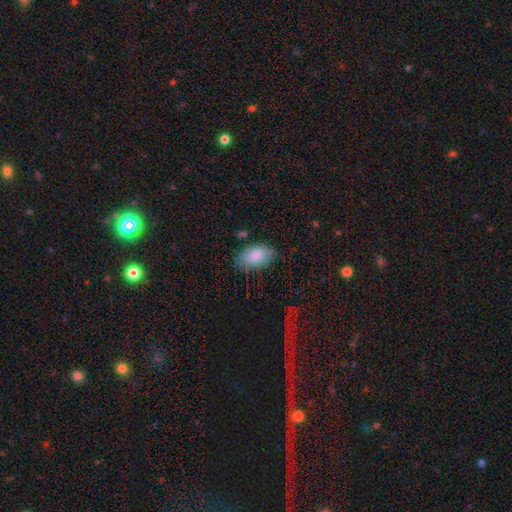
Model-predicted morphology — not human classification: Smooth or featured?
  - smooth: 83% *
  - featured or disk: 9%
  - star or artifact: 8%
How rounded?
  - in between: 92% *
  - round: 6%
  - cigar-shaped: 2%
Merging?
  - none: 71% *
  - minor disturbance: 20%
  - major disturbance: 6%
  - merger: 3%